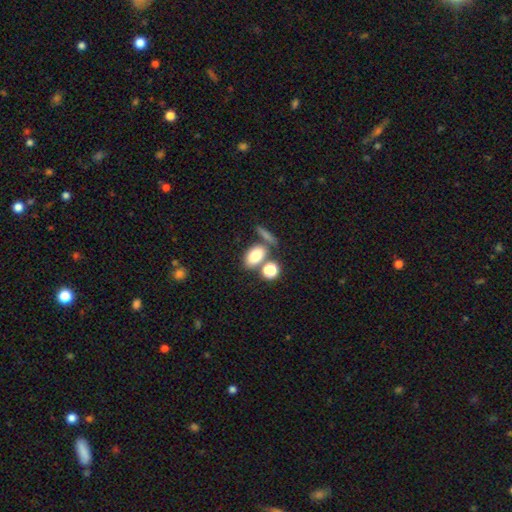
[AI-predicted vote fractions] smooth_or_featured: smooth (p=0.78) [alt: featured or disk p=0.12]
how_rounded: in between (p=0.82) [alt: round p=0.15]
merging: none (p=0.56) [alt: merger p=0.28]